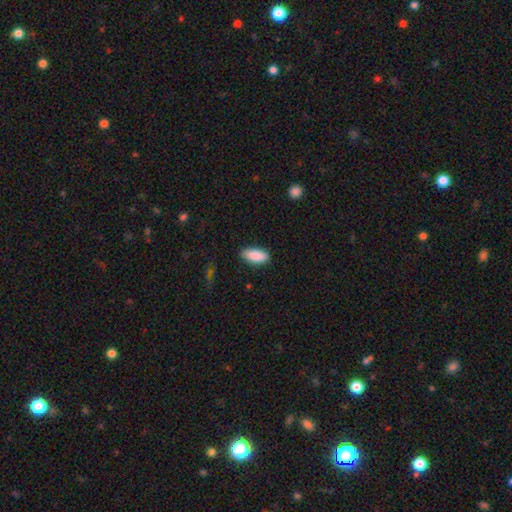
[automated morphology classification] Smooth or featured?
  - smooth: 89% *
  - star or artifact: 6%
  - featured or disk: 4%
How rounded?
  - in between: 86% *
  - cigar-shaped: 12%
  - round: 2%
Merging?
  - none: 85% *
  - minor disturbance: 12%
  - major disturbance: 2%
  - merger: 1%